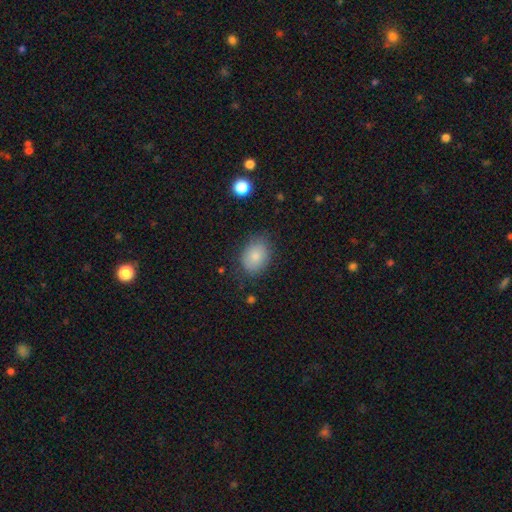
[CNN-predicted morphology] A smooth galaxy with no disk features (81%) that is in between round and cigar-shaped (70%).

Vote fractions:
- Smooth or featured? smooth: 81% / featured or disk: 10% / star or artifact: 9%
- How rounded? in between: 70% / round: 29% / cigar-shaped: 1%
- Merging? none: 78% / minor disturbance: 17% / major disturbance: 4% / merger: 1%